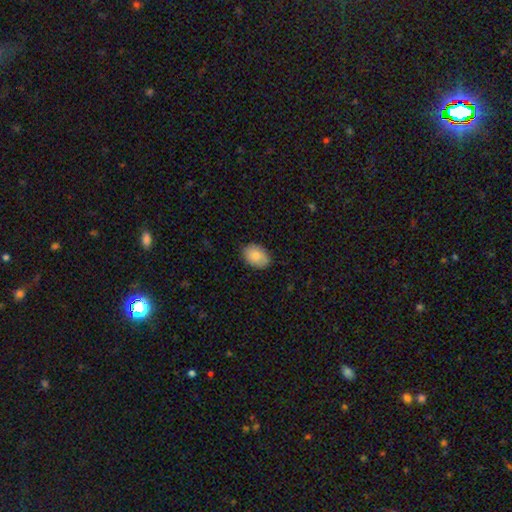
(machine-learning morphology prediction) Smooth or featured? smooth (86%)
How rounded? in between (84%)
Merging? none (85%)